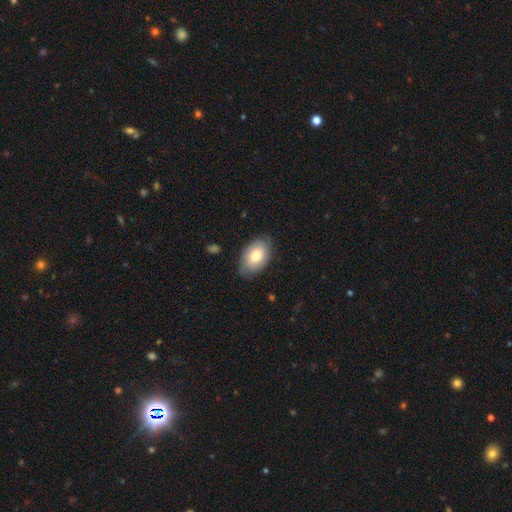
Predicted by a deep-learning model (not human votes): smooth 76%, featured or disk 18%, star or artifact 6%. Down the decision tree: how rounded — in between (91%); merging — none (76%).